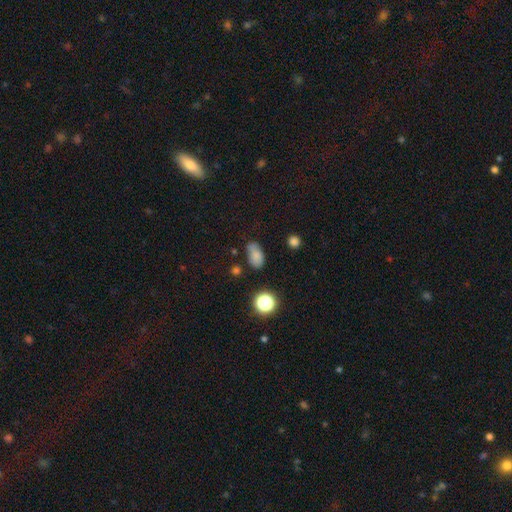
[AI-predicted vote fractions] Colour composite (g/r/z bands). It shows a smooth galaxy with no disk features (77%) that is in between round and cigar-shaped (87%). Merging: none (60%).